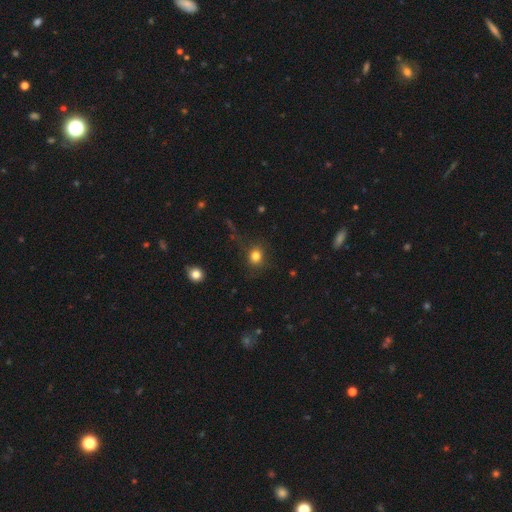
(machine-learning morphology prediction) Smooth or featured? smooth (80%)
How rounded? round (80%)
Merging? none (82%)